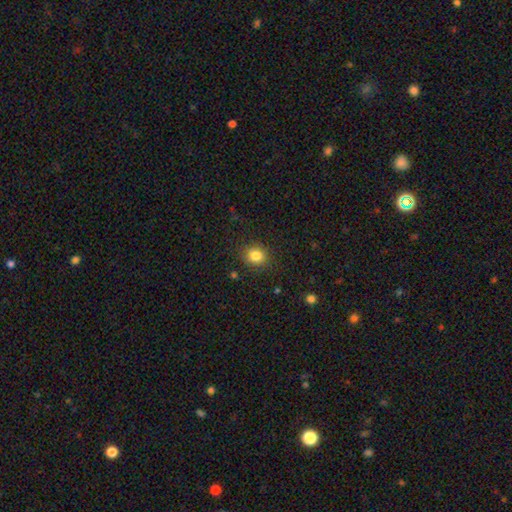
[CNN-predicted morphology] This appears to be a smooth galaxy with no disk features (83%) that is round (75%). Merging: none (87%).